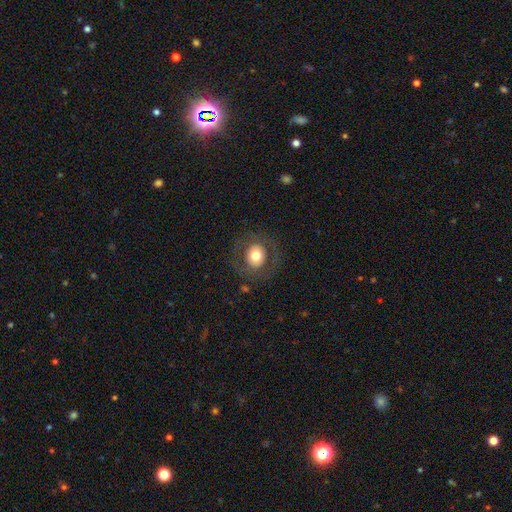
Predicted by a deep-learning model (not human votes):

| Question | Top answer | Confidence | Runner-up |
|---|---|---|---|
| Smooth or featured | smooth | 63% | featured or disk (28%) |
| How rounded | round | 84% | in between (15%) |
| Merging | none | 81% | minor disturbance (10%) |